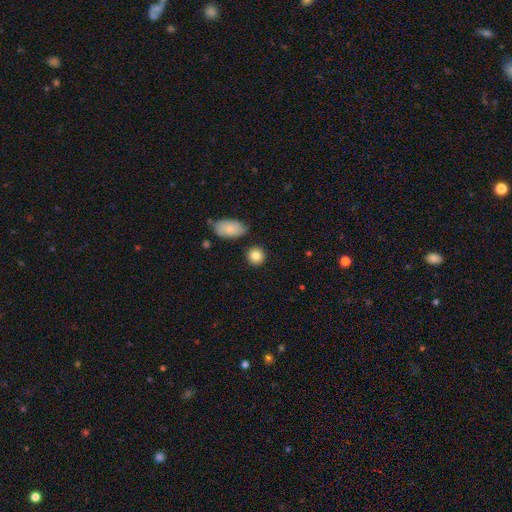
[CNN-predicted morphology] Q: Smooth or featured?
A: smooth (84%); runner-up: star or artifact (9%)
Q: How rounded?
A: round (87%); runner-up: in between (12%)
Q: Merging?
A: none (85%); runner-up: minor disturbance (8%)